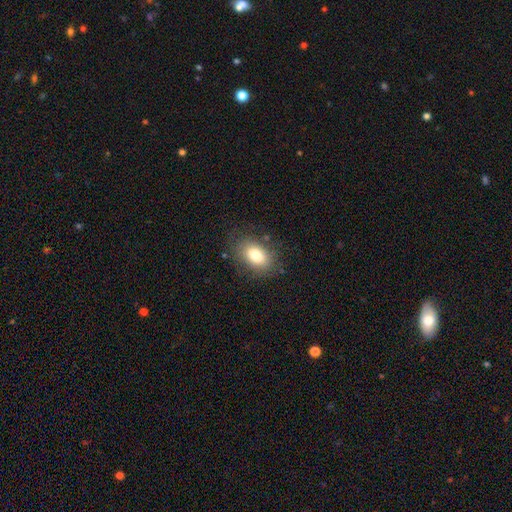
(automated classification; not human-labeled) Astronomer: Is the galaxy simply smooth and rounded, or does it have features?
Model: smooth — 80%.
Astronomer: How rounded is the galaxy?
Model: in between — 87%.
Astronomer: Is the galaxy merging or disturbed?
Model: none — 79%.